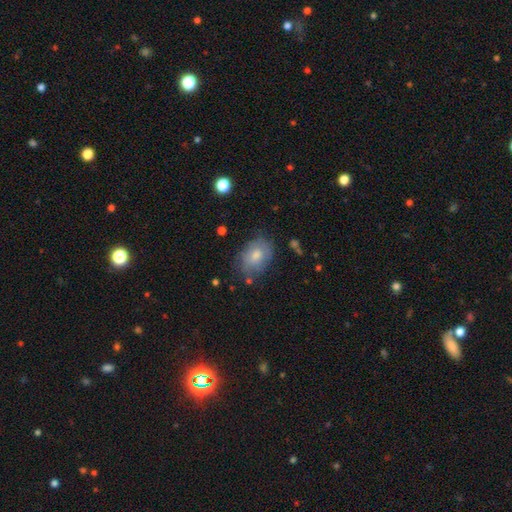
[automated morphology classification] Overall: smooth (69%). How rounded: in between (77%). Merging: none (64%; minor disturbance 25%).